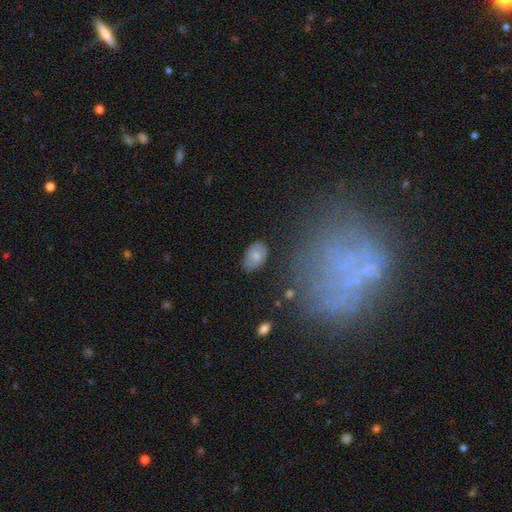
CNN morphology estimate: A smooth galaxy with no disk features (66%) that is in between round and cigar-shaped (87%). Merging: none (69%).